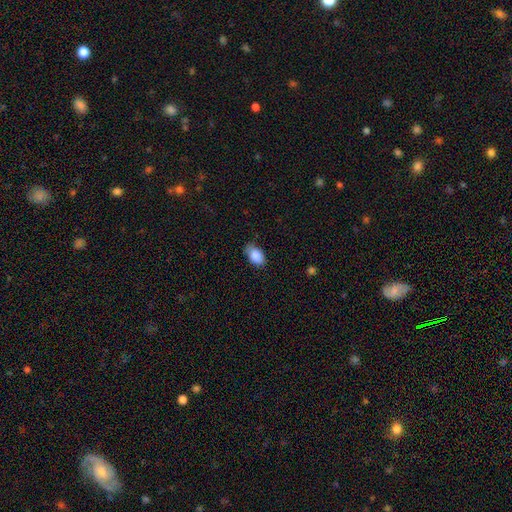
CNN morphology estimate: This is clearly a smooth galaxy (87%). How rounded: clearly in between (90%). Merging: likely none (75%).